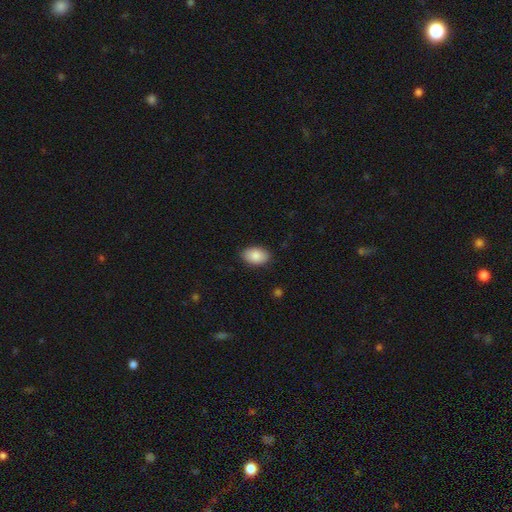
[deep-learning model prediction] Overall: smooth (87%). How rounded: in between (90%). Merging: none (87%).